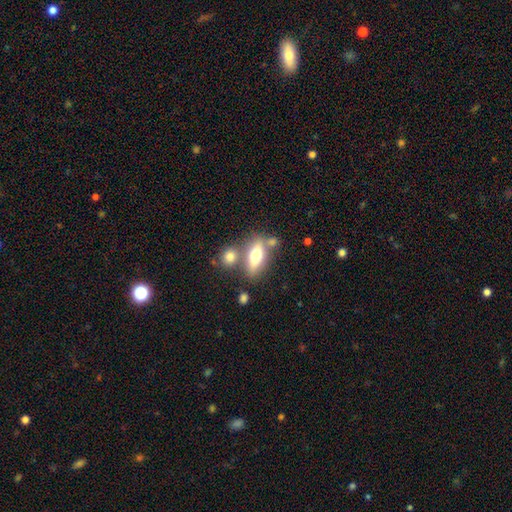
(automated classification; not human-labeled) Smooth or featured?
  - smooth: 62% *
  - featured or disk: 31%
  - star or artifact: 8%
How rounded?
  - in between: 71% *
  - cigar-shaped: 22%
  - round: 7%
Merging?
  - none: 57% *
  - merger: 25%
  - minor disturbance: 13%
  - major disturbance: 5%